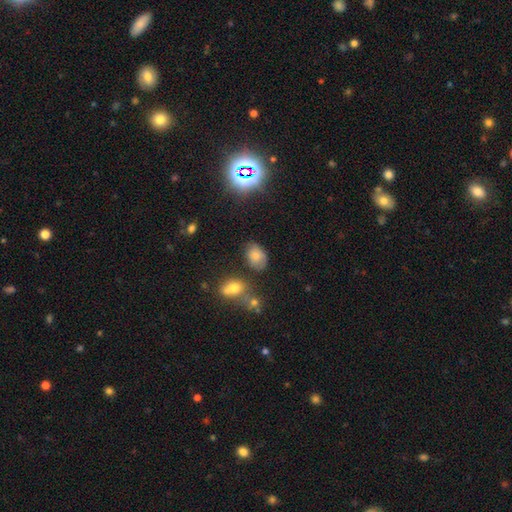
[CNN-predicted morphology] The model was most divided on "merging": none: 68%, minor disturbance: 20%, merger: 6%, major disturbance: 6%. More confident: how rounded — in between (82%); smooth or featured — smooth (75%).